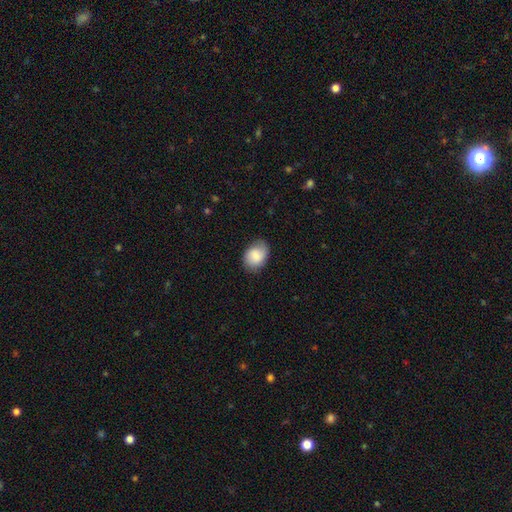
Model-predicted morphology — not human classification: smooth-or-featured: smooth: 79% | featured or disk: 15% | star or artifact: 7%
  how-rounded: in between: 73% | round: 26% | cigar-shaped: 1%
  merging: none: 75% | minor disturbance: 20% | major disturbance: 4% | merger: 1%